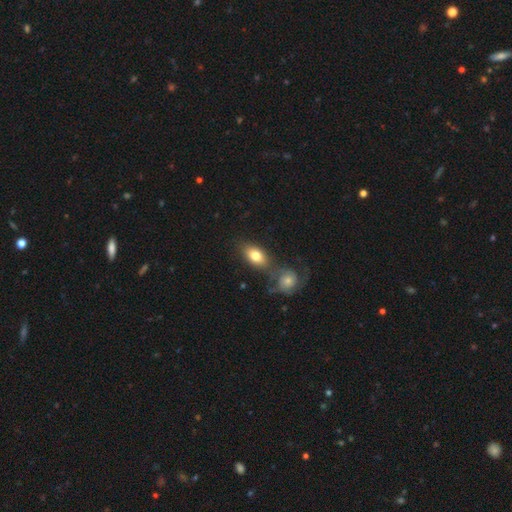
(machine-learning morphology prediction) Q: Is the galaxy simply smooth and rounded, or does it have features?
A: smooth — 78%.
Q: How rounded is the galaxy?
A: in between — 86%.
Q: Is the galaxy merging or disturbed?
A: none — 55%.